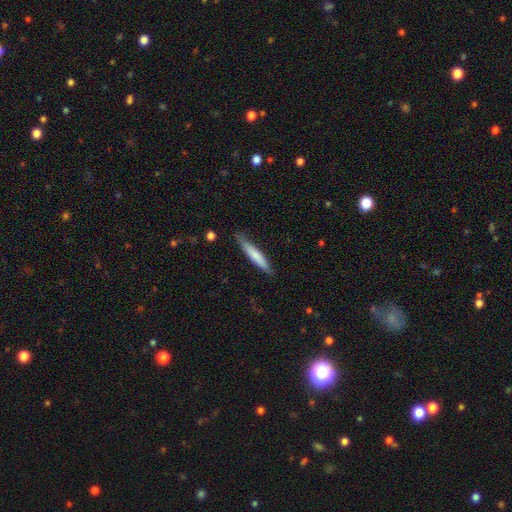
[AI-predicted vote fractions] Morphology: type=smooth (70%); roundness=cigar-shaped (92%); merging=none (82%).